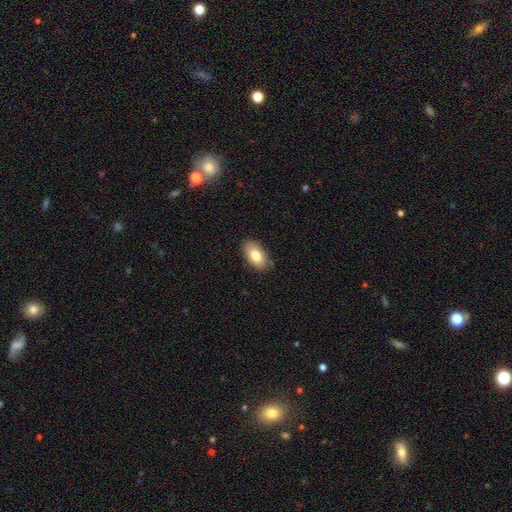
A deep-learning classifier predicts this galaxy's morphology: Smooth or featured: smooth — 80% (featured or disk — 12%)
How rounded: in between — 93% (round — 5%)
Merging: none — 83% (minor disturbance — 13%)